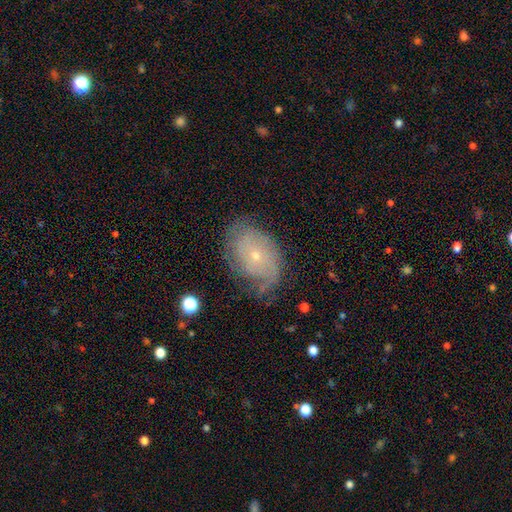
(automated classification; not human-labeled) A featured or disk galaxy (69%) with no bar (80%), tight (59%) spiral arms (85%) and a small central bulge (77%).

Vote fractions:
- Smooth or featured? featured or disk: 69% / smooth: 23% / star or artifact: 8%
- Edge-on disk? no: 95% / yes: 5%
- Bar? no: 80% / weak: 17% / strong: 3%
- Spiral arms? yes: 85% / no: 15%
- Spiral winding? tight: 59% / medium: 28% / loose: 13%
- Spiral arm count? can't tell: 50% / 2: 23% / 3: 10% / 1: 8% / 4: 5% / more than 4: 4%
- Bulge size? small: 77% / moderate: 20% / none: 1% / large: 1% / dominant: 1%
- Merging? none: 61% / minor disturbance: 25% / major disturbance: 12% / merger: 2%